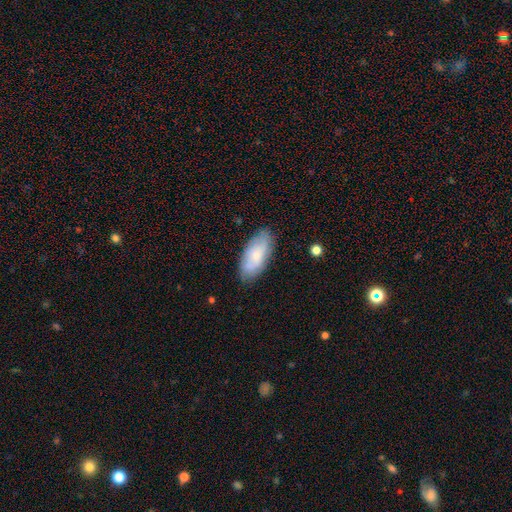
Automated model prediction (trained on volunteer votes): Morphology: type=smooth (64%); roundness=in between (90%); merging=none (80%).